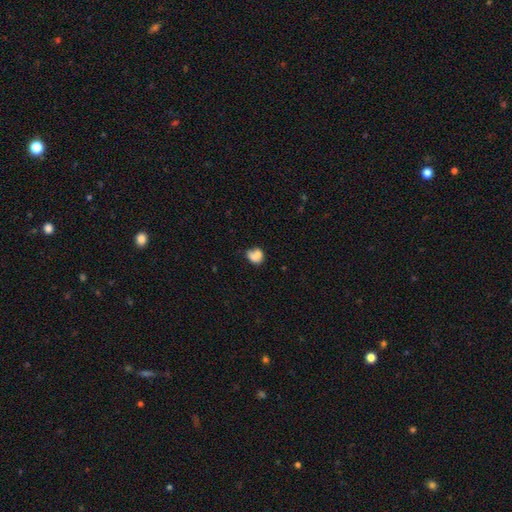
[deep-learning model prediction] Smooth or featured: smooth — 69% (featured or disk — 21%)
How rounded: round — 52% (in between — 47%)
Merging: merger — 44% (none — 30%)